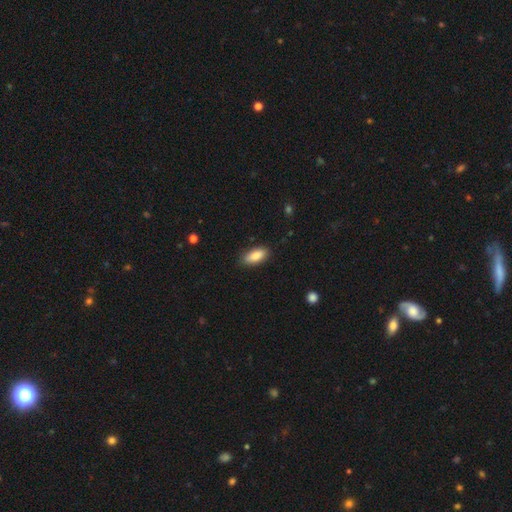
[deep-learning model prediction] The model was most divided on "how rounded": in between: 85%, cigar-shaped: 13%, round: 2%. More confident: merging — none (86%); smooth or featured — smooth (86%).